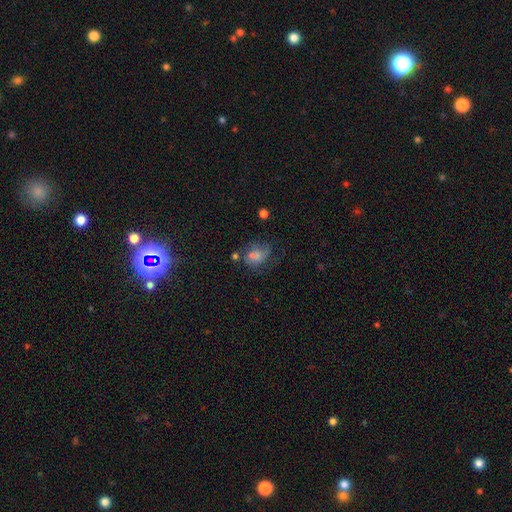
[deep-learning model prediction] The model was most divided on "merging": none: 35%, major disturbance: 25%, minor disturbance: 24%, merger: 16%. More confident: how rounded — in between (61%); smooth or featured — smooth (60%).